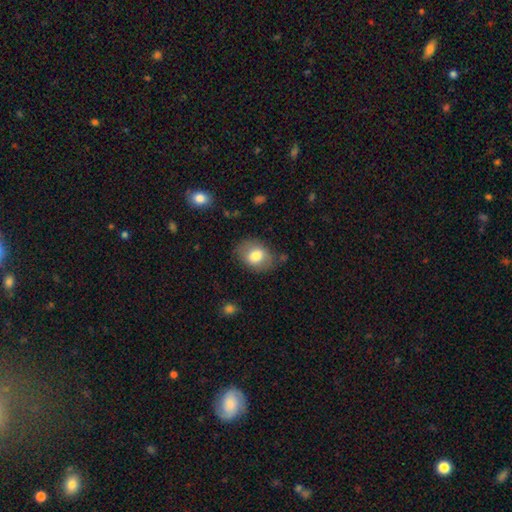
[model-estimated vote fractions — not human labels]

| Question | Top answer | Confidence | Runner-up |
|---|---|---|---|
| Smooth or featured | smooth | 76% | featured or disk (17%) |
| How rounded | in between | 67% | round (32%) |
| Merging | none | 73% | minor disturbance (19%) |